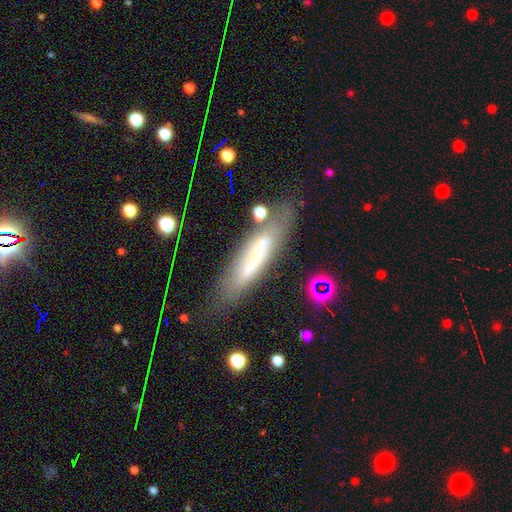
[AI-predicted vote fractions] Q: Smooth or featured?
A: smooth (51%); runner-up: featured or disk (38%)
Q: How rounded?
A: cigar-shaped (77%); runner-up: in between (21%)
Q: Merging?
A: none (67%); runner-up: minor disturbance (19%)